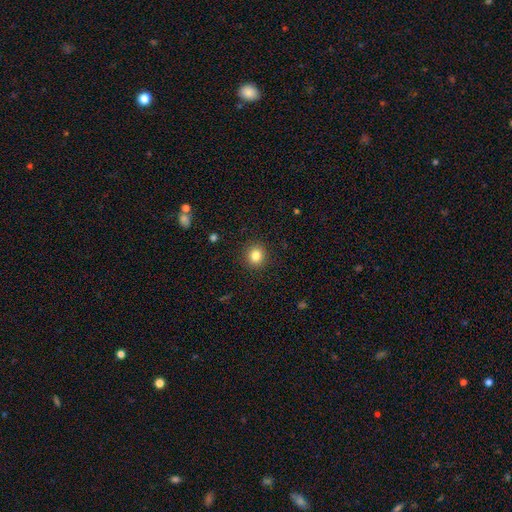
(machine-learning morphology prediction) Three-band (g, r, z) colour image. It shows a smooth galaxy with no disk features (83%) that is round (90%). Merging: none (92%).